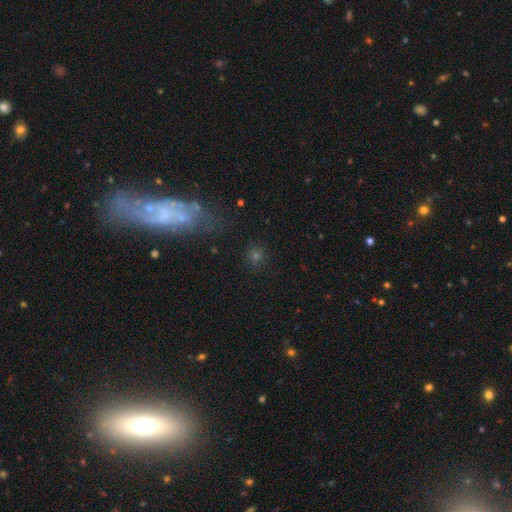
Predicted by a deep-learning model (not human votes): A smooth galaxy with no disk features (49%). Merging: none (68%).